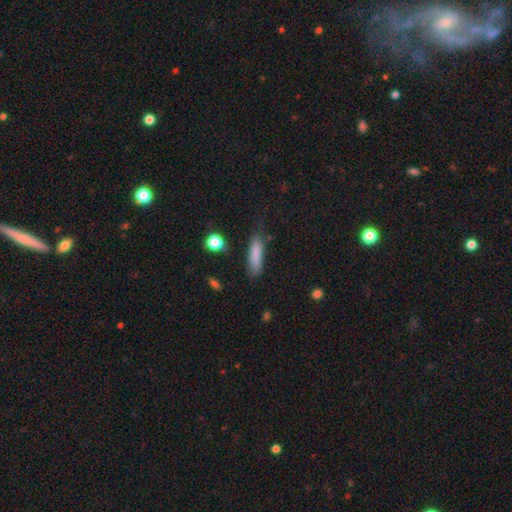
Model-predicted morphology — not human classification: smooth_or_featured: smooth (p=0.83) [alt: featured or disk p=0.09]
how_rounded: cigar-shaped (p=0.64) [alt: in between p=0.34]
merging: none (p=0.72) [alt: minor disturbance p=0.20]